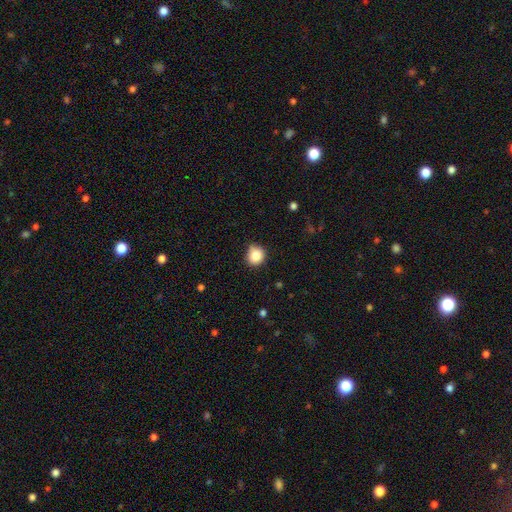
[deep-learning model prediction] Q: Smooth or featured?
A: smooth (84%); runner-up: star or artifact (10%)
Q: How rounded?
A: round (88%); runner-up: in between (11%)
Q: Merging?
A: none (77%); runner-up: minor disturbance (18%)